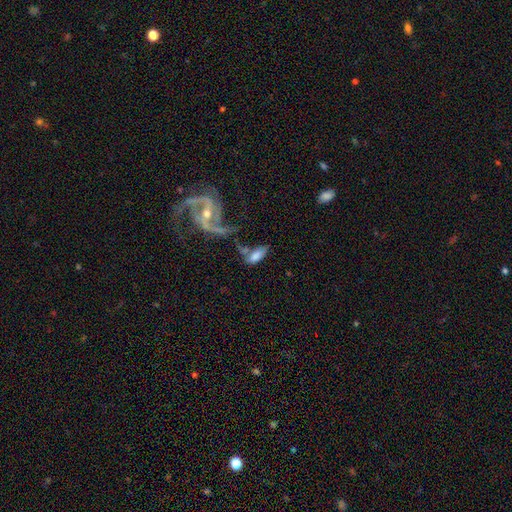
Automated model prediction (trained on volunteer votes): A smooth galaxy with no disk features (65%) that is in between round and cigar-shaped (86%).

Vote fractions:
- Smooth or featured? smooth: 65% / featured or disk: 27% / star or artifact: 8%
- How rounded? in between: 86% / cigar-shaped: 11% / round: 3%
- Merging? none: 35% / merger: 29% / minor disturbance: 19% / major disturbance: 17%